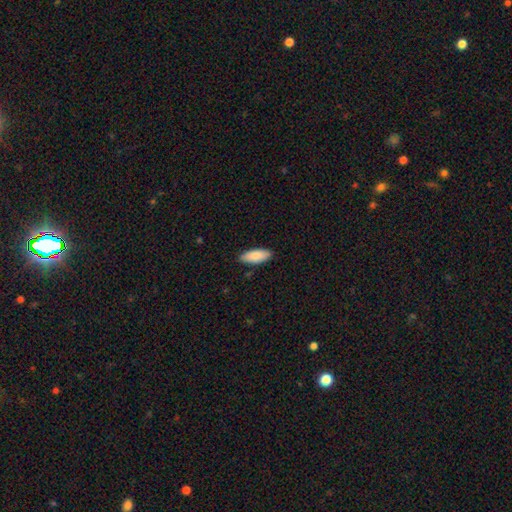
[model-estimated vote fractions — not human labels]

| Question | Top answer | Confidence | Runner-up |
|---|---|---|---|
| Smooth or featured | smooth | 87% | featured or disk (7%) |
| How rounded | in between | 80% | cigar-shaped (18%) |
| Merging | none | 88% | minor disturbance (10%) |